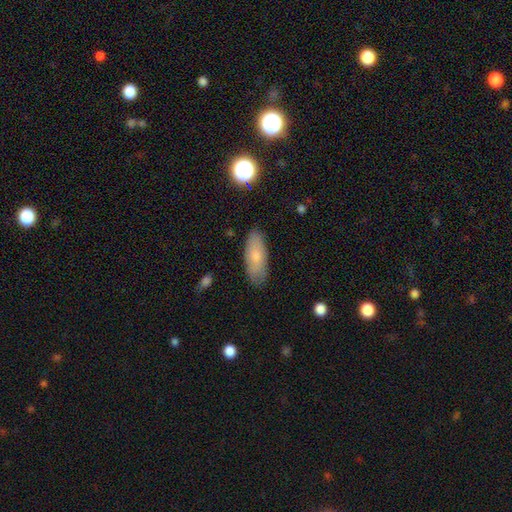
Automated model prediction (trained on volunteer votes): This appears to be a smooth galaxy with no disk features (71%) that is in between round and cigar-shaped (77%). Merging: none (81%).